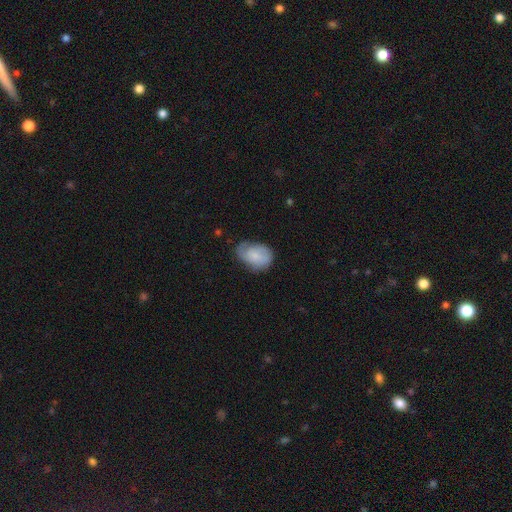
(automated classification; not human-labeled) A smooth galaxy with no disk features (53%) that is in between round and cigar-shaped (80%).

Vote fractions:
- Smooth or featured? smooth: 53% / featured or disk: 40% / star or artifact: 7%
- How rounded? in between: 80% / round: 18% / cigar-shaped: 1%
- Merging? none: 55% / minor disturbance: 31% / major disturbance: 12% / merger: 2%